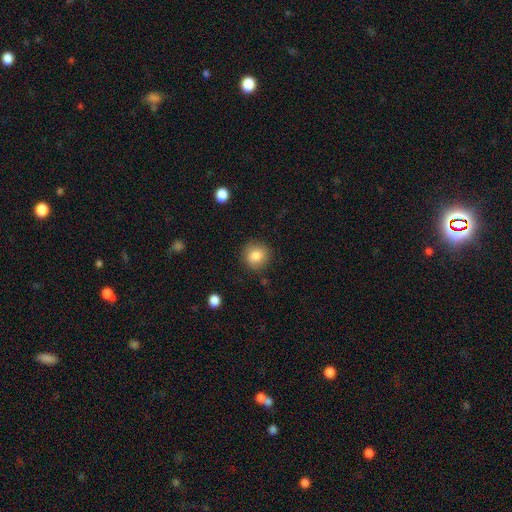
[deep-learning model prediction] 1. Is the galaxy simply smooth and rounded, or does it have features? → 84% smooth, 9% star or artifact, 7% featured or disk.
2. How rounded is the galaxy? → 89% round, 10% in between, 1% cigar-shaped.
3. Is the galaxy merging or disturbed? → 87% none, 9% minor disturbance, 3% major disturbance, 1% merger.